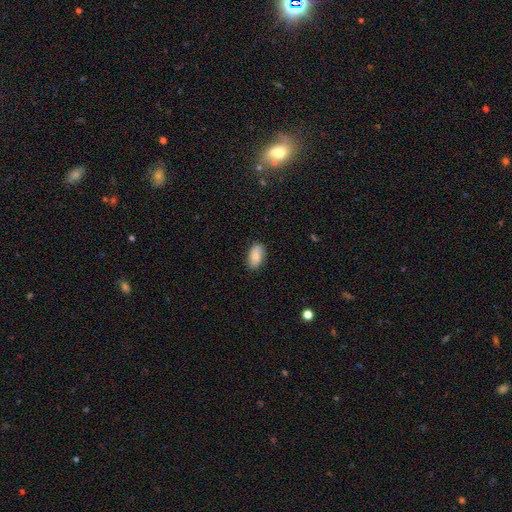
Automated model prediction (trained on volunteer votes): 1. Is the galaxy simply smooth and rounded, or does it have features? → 79% smooth, 14% featured or disk, 7% star or artifact.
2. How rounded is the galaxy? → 93% in between, 5% round, 3% cigar-shaped.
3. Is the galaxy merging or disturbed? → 81% none, 15% minor disturbance, 3% major disturbance, 1% merger.